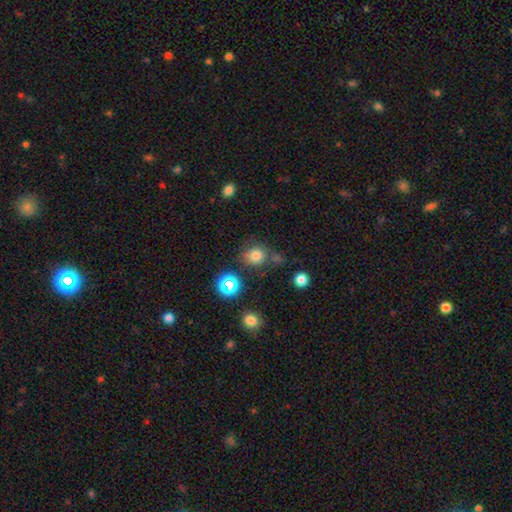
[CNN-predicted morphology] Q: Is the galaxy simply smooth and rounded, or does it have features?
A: smooth — 74%.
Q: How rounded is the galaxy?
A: round — 83%.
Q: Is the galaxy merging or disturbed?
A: none — 68%.